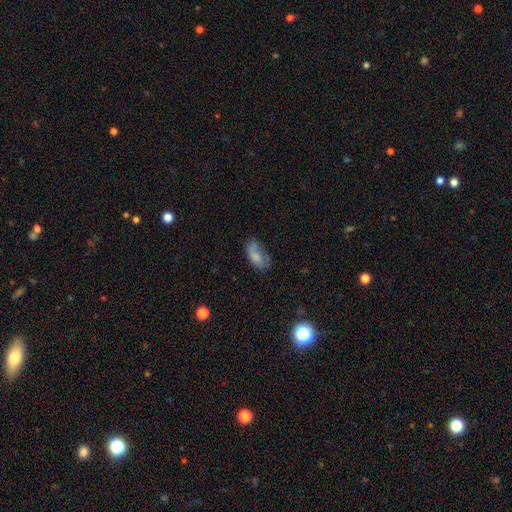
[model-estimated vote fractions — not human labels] A smooth galaxy with no disk features (70%) that is in between round and cigar-shaped (92%). Merging: none (48%).